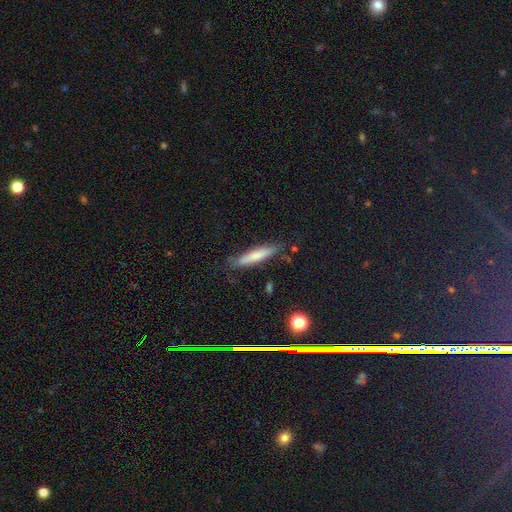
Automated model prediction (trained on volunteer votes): This is likely a smooth galaxy (69%). How rounded: clearly cigar-shaped (88%). Merging: likely none (78%).